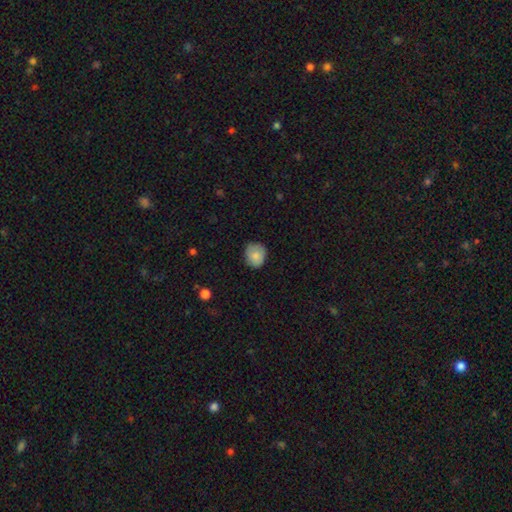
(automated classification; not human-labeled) Smooth or featured: smooth — 84% (featured or disk — 9%)
How rounded: round — 76% (in between — 23%)
Merging: none — 76% (minor disturbance — 20%)